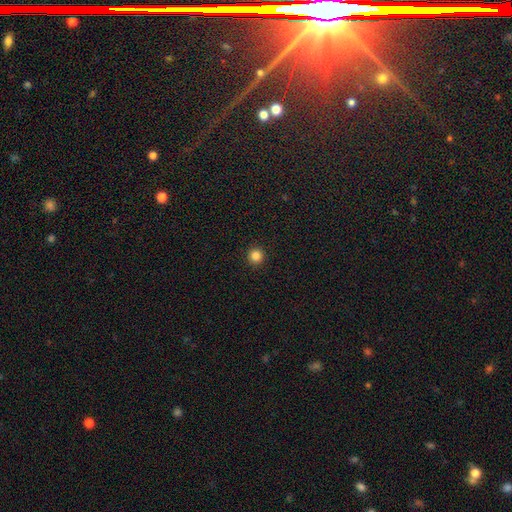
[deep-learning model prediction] A smooth galaxy with no disk features (84%) that is round (95%).

Vote fractions:
- Smooth or featured? smooth: 84% / star or artifact: 12% / featured or disk: 4%
- How rounded? round: 95% / in between: 4% / cigar-shaped: 1%
- Merging? none: 94% / minor disturbance: 4% / major disturbance: 1% / merger: 1%